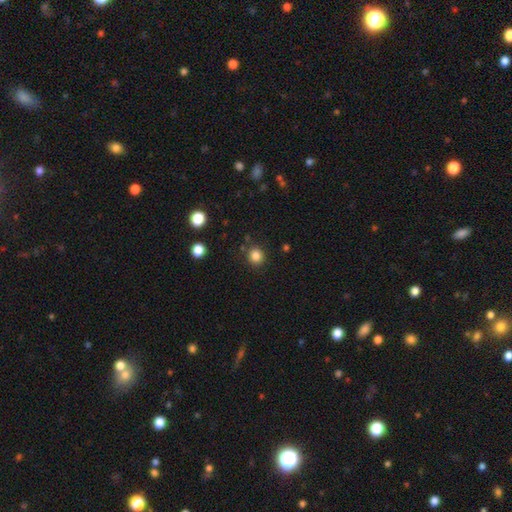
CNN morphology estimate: type=smooth (84%); roundness=round (90%); merging=none (86%).